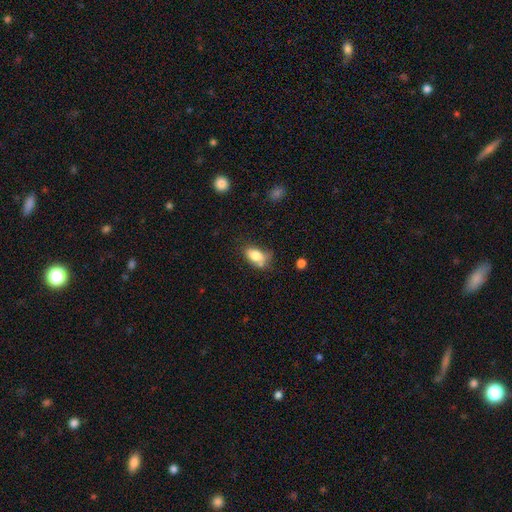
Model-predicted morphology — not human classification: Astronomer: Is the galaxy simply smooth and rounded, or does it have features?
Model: smooth — 77%.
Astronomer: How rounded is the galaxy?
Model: in between — 85%.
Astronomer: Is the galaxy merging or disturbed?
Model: none — 43% (runner-up: minor disturbance, 27%).